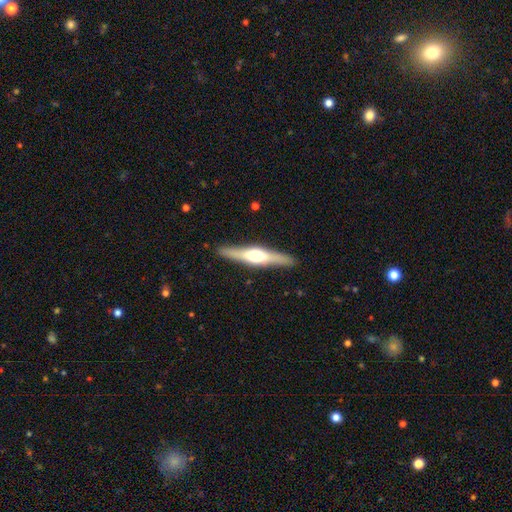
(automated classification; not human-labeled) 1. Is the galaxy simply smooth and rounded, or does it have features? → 69% featured or disk, 26% smooth, 5% star or artifact.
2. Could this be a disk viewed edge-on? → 97% yes, 3% no.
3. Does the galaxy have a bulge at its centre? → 90% rounded, 8% boxy, 3% none.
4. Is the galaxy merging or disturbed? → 90% none, 7% minor disturbance, 2% major disturbance, 1% merger.